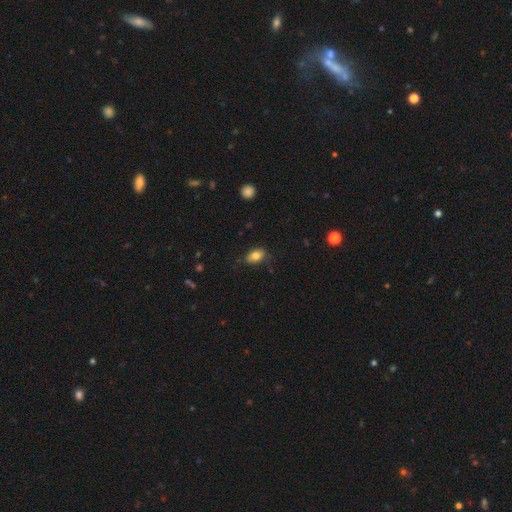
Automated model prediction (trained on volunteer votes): smooth_or_featured: smooth (p=0.80) [alt: featured or disk p=0.11]
how_rounded: in between (p=0.85) [alt: round p=0.13]
merging: none (p=0.74) [alt: minor disturbance p=0.21]